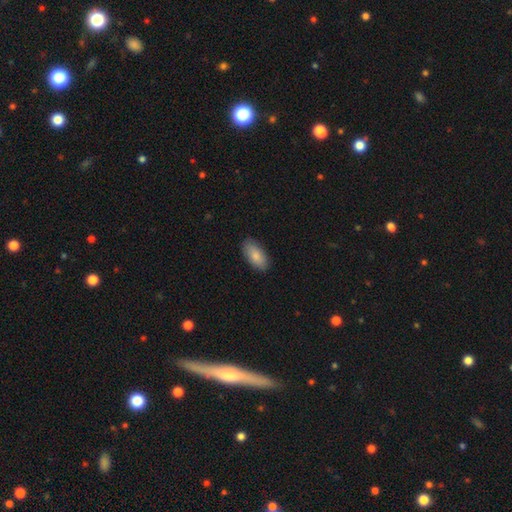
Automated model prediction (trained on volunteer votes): A smooth galaxy with no disk features (85%) that is in between round and cigar-shaped (93%). Merging: none (87%).